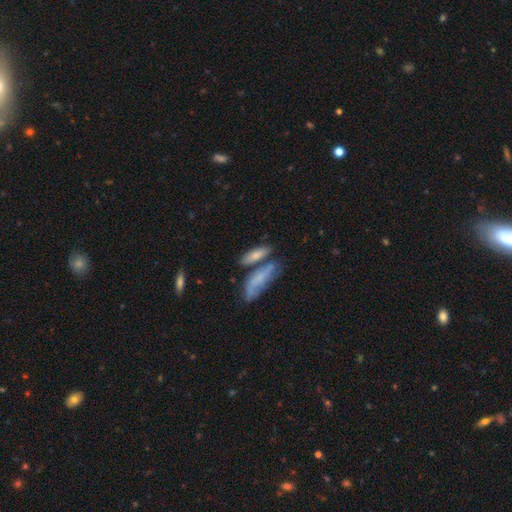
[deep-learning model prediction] Smooth or featured? Predicted: smooth (p=0.60). How rounded? Predicted: in between (p=0.49). Merging? Predicted: none (p=0.46).